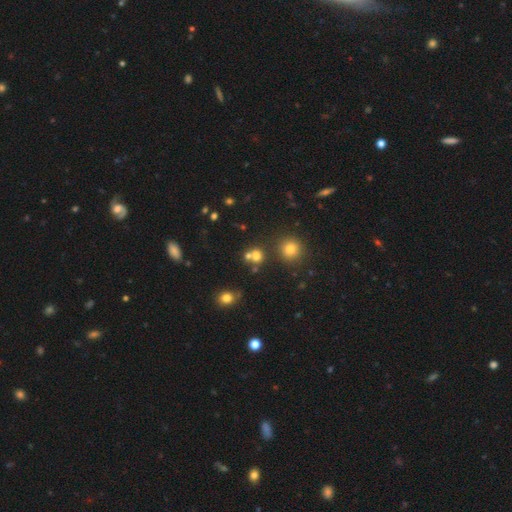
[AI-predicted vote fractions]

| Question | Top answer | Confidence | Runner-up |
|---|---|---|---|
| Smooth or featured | smooth | 71% | star or artifact (20%) |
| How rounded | round | 85% | in between (14%) |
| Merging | none | 56% | merger (33%) |